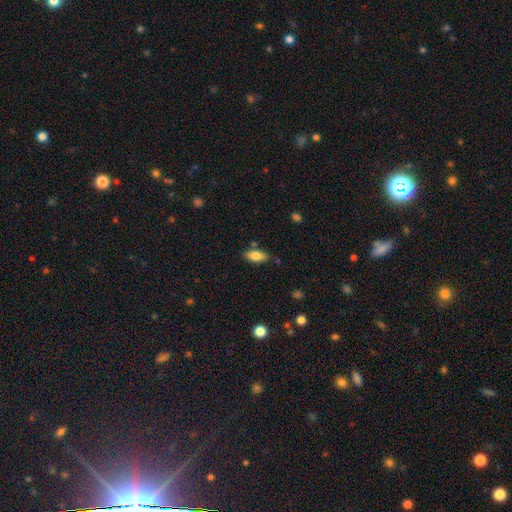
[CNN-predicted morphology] Smooth or featured?
  - smooth: 77% *
  - featured or disk: 16%
  - star or artifact: 7%
How rounded?
  - in between: 81% *
  - cigar-shaped: 17%
  - round: 3%
Merging?
  - none: 76% *
  - minor disturbance: 15%
  - merger: 5%
  - major disturbance: 3%